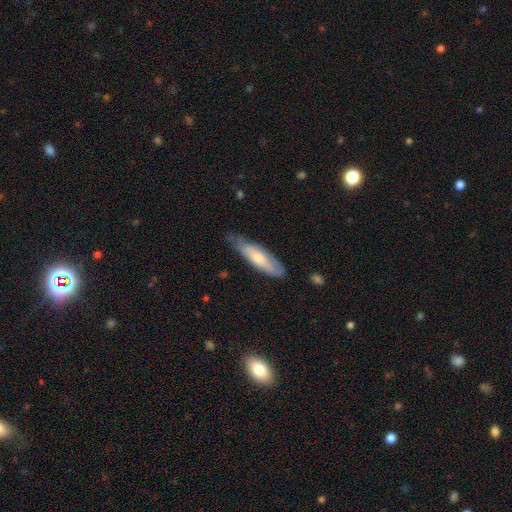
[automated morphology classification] The model was most divided on "smooth or featured": smooth: 51%, featured or disk: 43%, star or artifact: 6%. More confident: merging — none (64%); how rounded — cigar-shaped (63%).